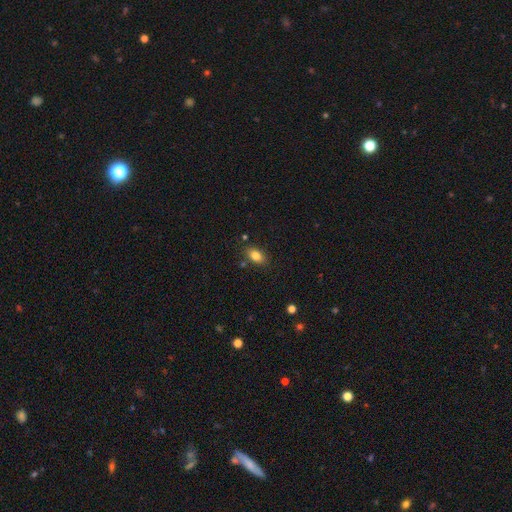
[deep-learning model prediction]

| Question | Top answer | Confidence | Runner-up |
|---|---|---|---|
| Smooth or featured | smooth | 82% | star or artifact (9%) |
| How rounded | in between | 86% | round (12%) |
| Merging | none | 81% | minor disturbance (12%) |